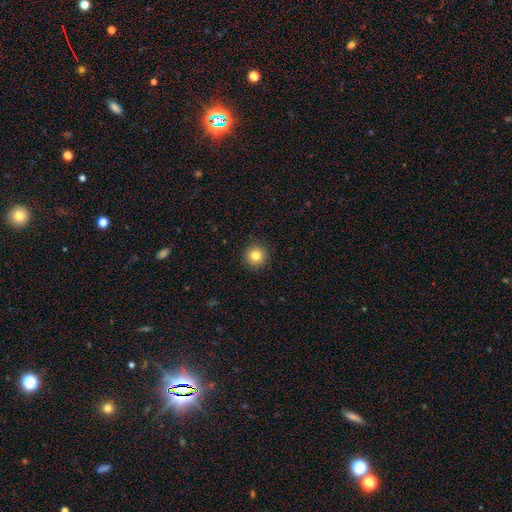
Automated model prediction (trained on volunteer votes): This appears to be a smooth galaxy with no disk features (82%) that is round (95%). Merging: none (92%).